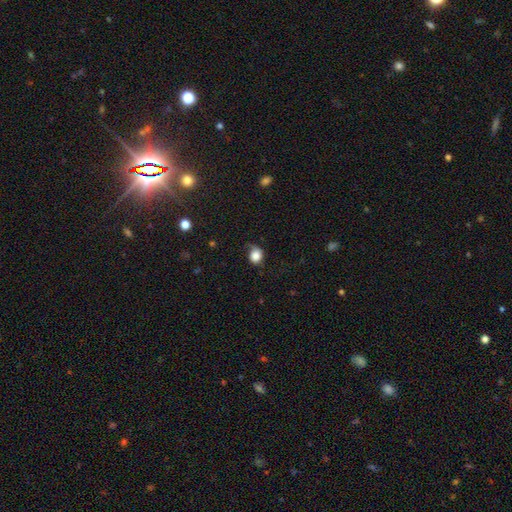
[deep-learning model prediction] A smooth galaxy with no disk features (82%) that is round (68%). Merging: none (51%).